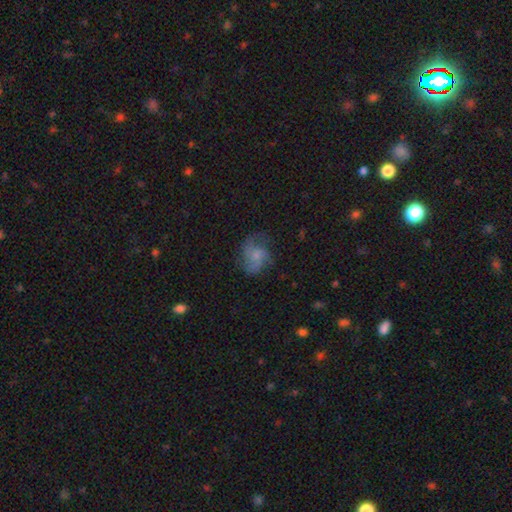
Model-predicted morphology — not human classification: type=featured or disk (52%); edge-on=no (98%); bar=no (75%); spiral arms=yes (84%); bulge=small (40%); merging=none (57%).